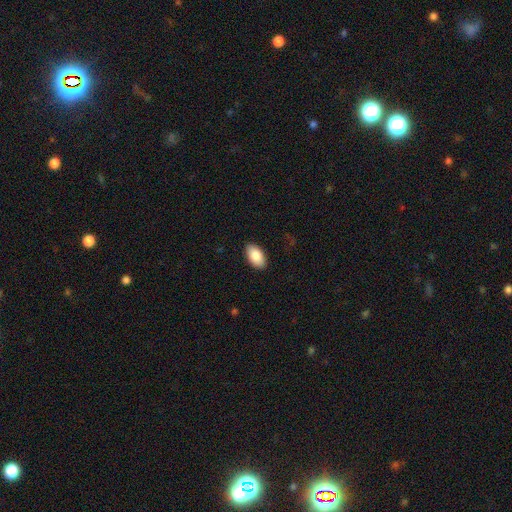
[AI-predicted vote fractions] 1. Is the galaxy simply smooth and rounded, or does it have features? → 87% smooth, 7% featured or disk, 6% star or artifact.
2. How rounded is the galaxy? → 94% in between, 4% round, 1% cigar-shaped.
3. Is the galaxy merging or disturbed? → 89% none, 8% minor disturbance, 2% major disturbance, 1% merger.